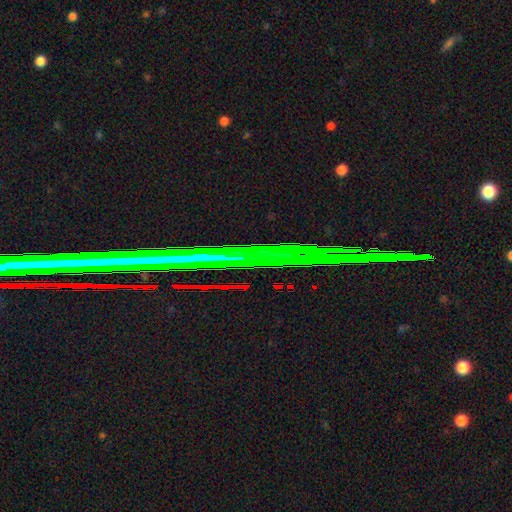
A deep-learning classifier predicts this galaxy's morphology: smooth_or_featured: star or artifact (p=0.69) [alt: featured or disk p=0.22]